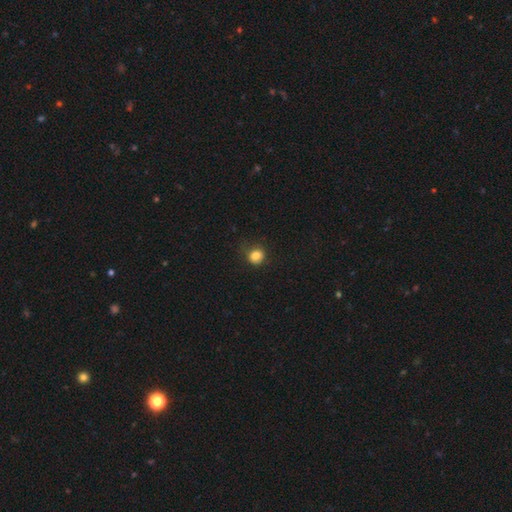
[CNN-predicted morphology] Smooth or featured?
  - smooth: 82% *
  - star or artifact: 12%
  - featured or disk: 6%
How rounded?
  - round: 78% *
  - in between: 21%
  - cigar-shaped: 1%
Merging?
  - none: 71% *
  - minor disturbance: 20%
  - major disturbance: 7%
  - merger: 1%